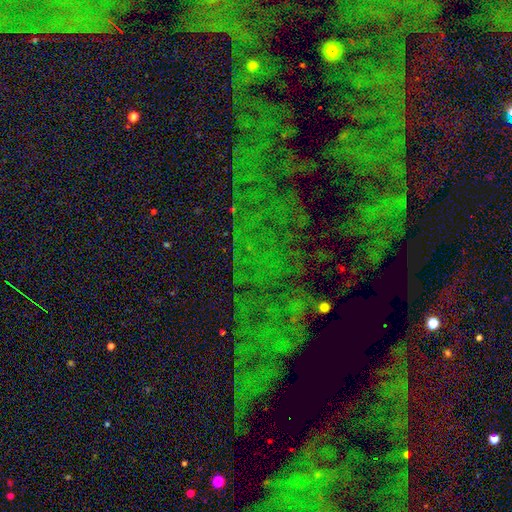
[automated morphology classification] Overall: star or artifact (84%).